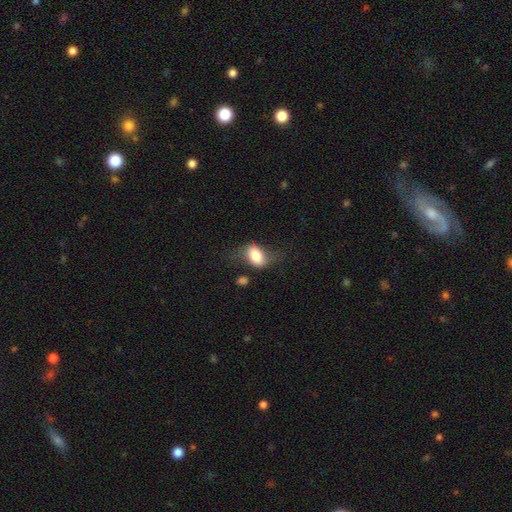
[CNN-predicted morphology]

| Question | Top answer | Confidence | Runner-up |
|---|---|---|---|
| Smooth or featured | smooth | 73% | featured or disk (20%) |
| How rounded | in between | 81% | round (17%) |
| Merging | none | 45% | minor disturbance (29%) |